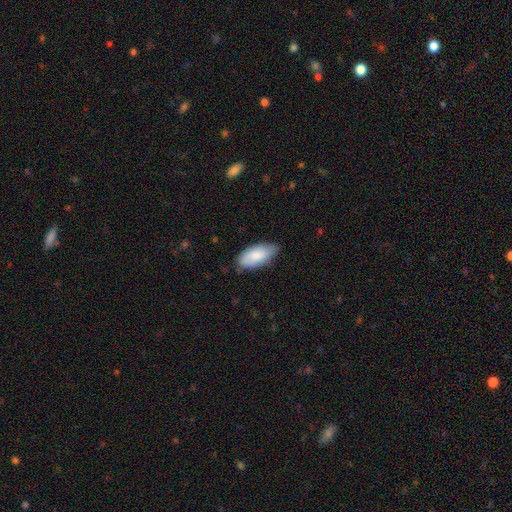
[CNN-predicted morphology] This is clearly a smooth galaxy (83%). How rounded: clearly in between (91%). Merging: likely none (70%).